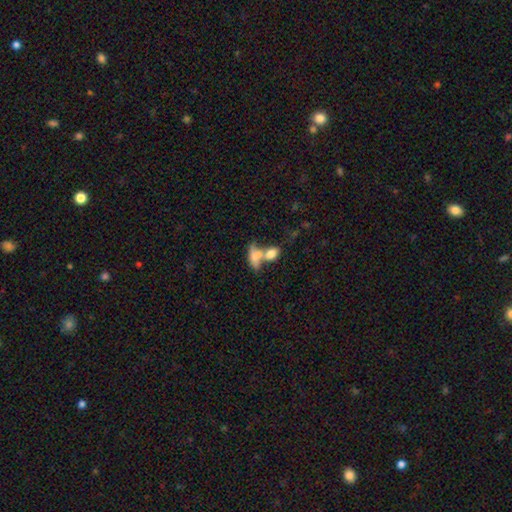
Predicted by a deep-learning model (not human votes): The model was most divided on "merging": merger: 62%, none: 20%, minor disturbance: 9%, major disturbance: 9%. More confident: how rounded — in between (80%); smooth or featured — smooth (71%).